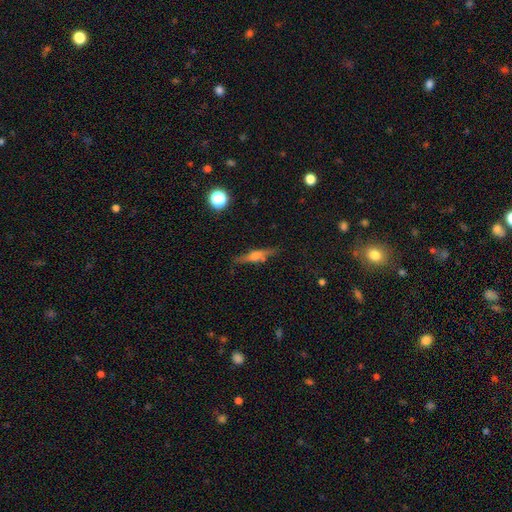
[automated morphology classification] Smooth or featured? featured or disk (59%)
Edge-on disk? yes (94%)
Edge-on bulge? rounded (80%)
Merging? none (82%)